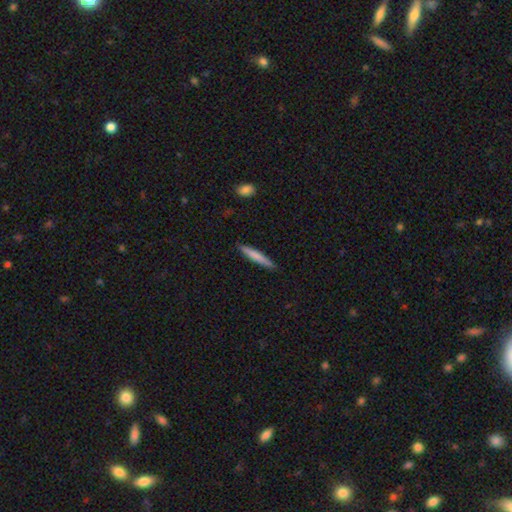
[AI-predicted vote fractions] Overall: smooth (73%). How rounded: cigar-shaped (95%). Merging: none (90%).